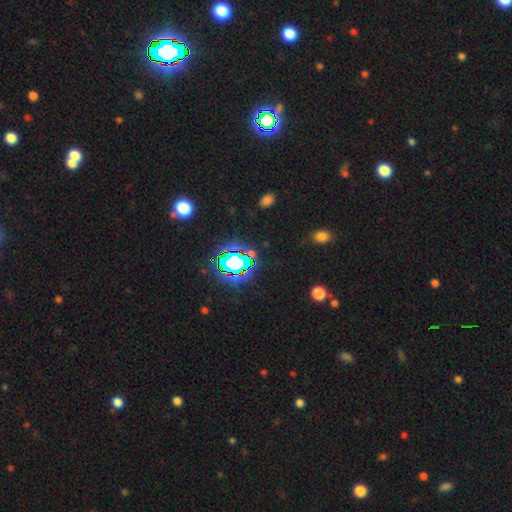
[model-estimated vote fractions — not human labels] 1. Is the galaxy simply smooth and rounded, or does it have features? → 79% star or artifact, 13% smooth, 8% featured or disk.